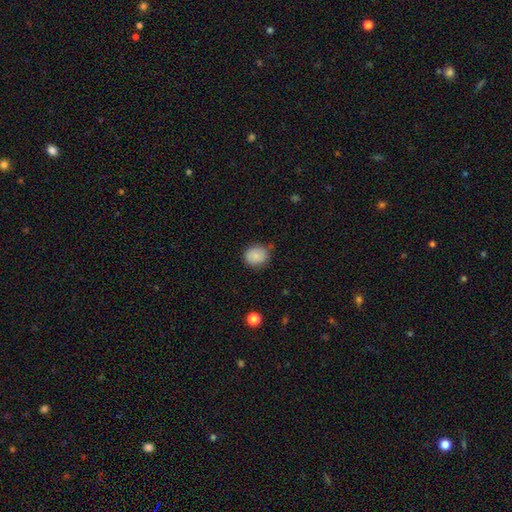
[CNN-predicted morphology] A smooth galaxy with no disk features (84%) that is round (69%). Merging: none (75%).